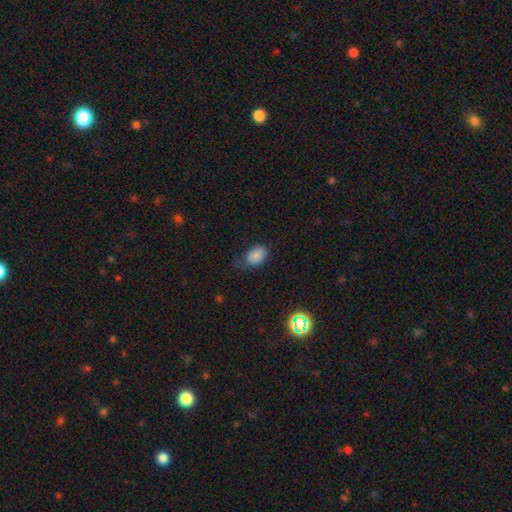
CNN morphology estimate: This appears to be a smooth galaxy with no disk features (84%) that is in between round and cigar-shaped (82%). Merging: none (55%).